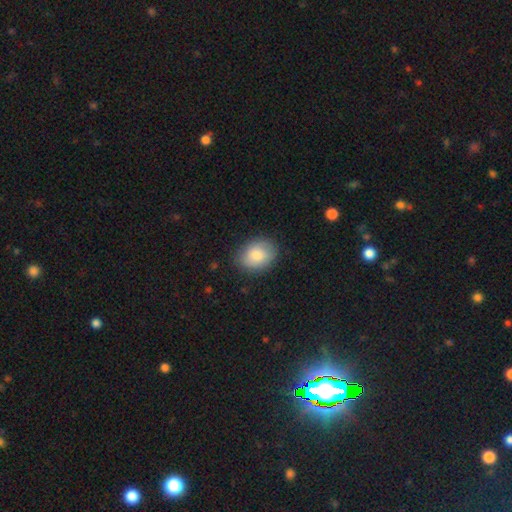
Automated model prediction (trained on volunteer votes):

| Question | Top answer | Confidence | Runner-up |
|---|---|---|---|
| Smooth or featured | smooth | 82% | featured or disk (11%) |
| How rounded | in between | 59% | round (40%) |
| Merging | none | 84% | minor disturbance (12%) |